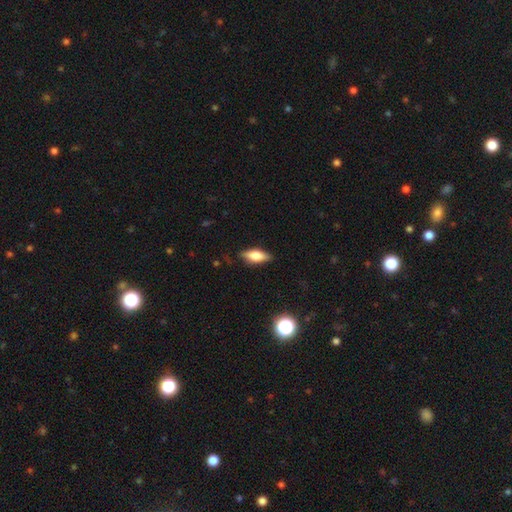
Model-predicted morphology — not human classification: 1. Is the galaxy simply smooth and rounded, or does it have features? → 59% smooth, 34% featured or disk, 7% star or artifact.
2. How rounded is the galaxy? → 71% in between, 26% cigar-shaped, 3% round.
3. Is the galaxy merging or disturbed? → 83% none, 13% minor disturbance, 3% major disturbance, 1% merger.